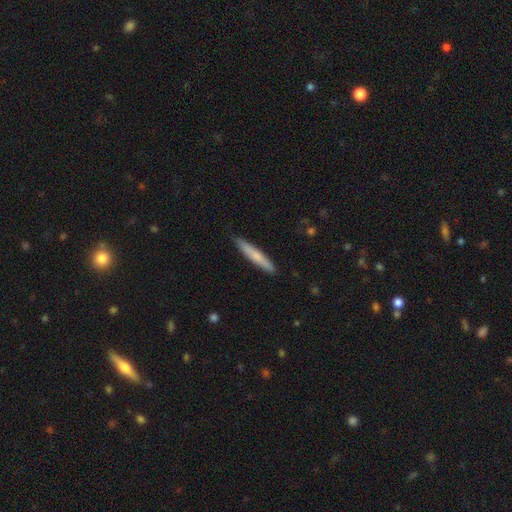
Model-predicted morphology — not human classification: smooth_or_featured: smooth (p=0.69) [alt: featured or disk p=0.26]
how_rounded: cigar-shaped (p=0.93) [alt: in between p=0.05]
merging: none (p=0.89) [alt: minor disturbance p=0.08]